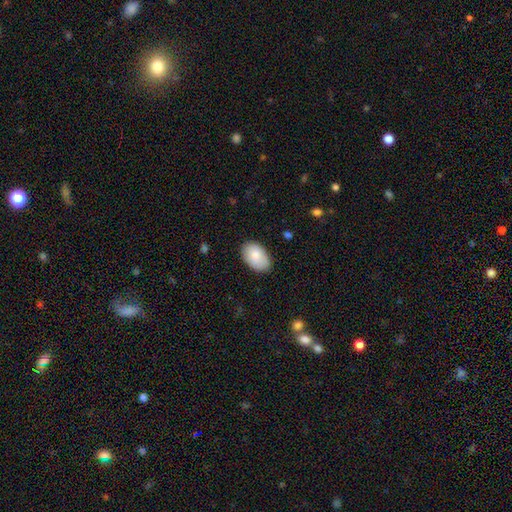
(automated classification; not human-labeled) Q: Smooth or featured?
A: smooth (85%); runner-up: featured or disk (9%)
Q: How rounded?
A: in between (92%); runner-up: round (7%)
Q: Merging?
A: none (81%); runner-up: minor disturbance (15%)